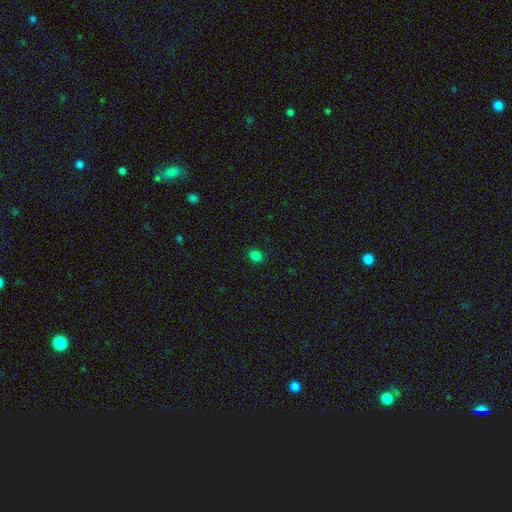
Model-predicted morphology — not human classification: A smooth galaxy with no disk features (81%) that is round (55%). Merging: none (89%).